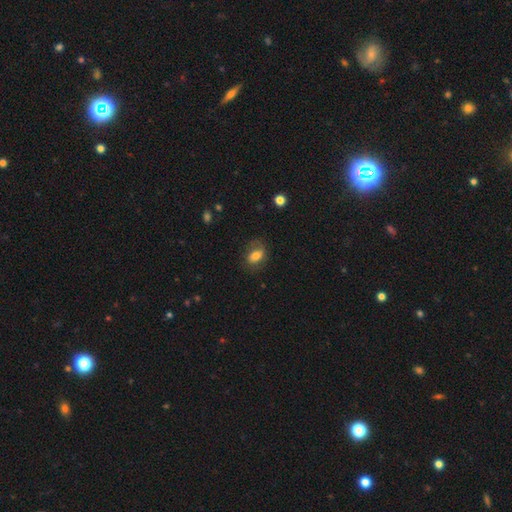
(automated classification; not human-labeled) Smooth or featured: smooth — 69% (featured or disk — 22%)
How rounded: in between — 81% (round — 16%)
Merging: none — 66% (minor disturbance — 21%)